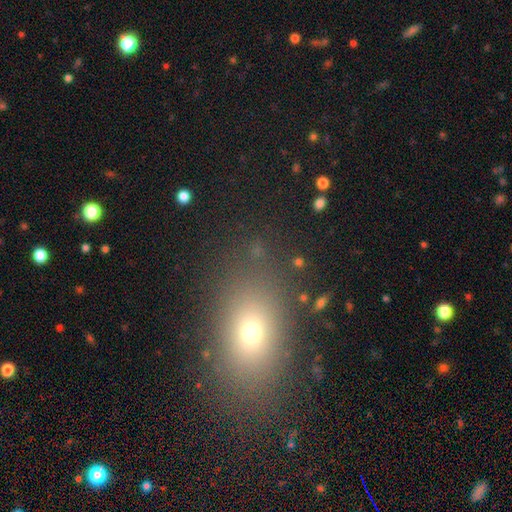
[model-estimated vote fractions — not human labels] This is likely a smooth galaxy (62%). How rounded: likely in between (64%). Merging: clearly none (82%).